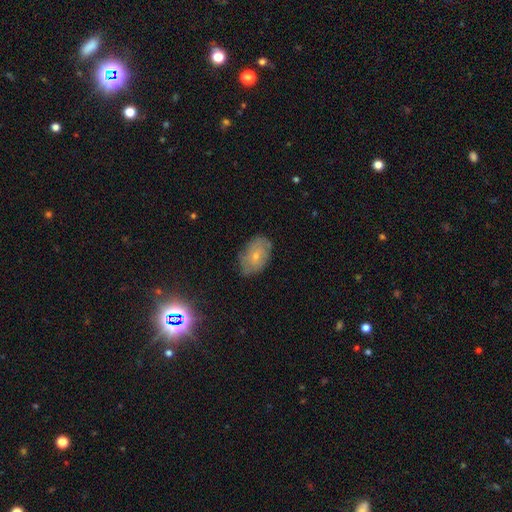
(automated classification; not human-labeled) Q: Smooth or featured?
A: smooth (45%); tied with: featured or disk (45%)
Q: Merging?
A: none (73%); runner-up: minor disturbance (21%)